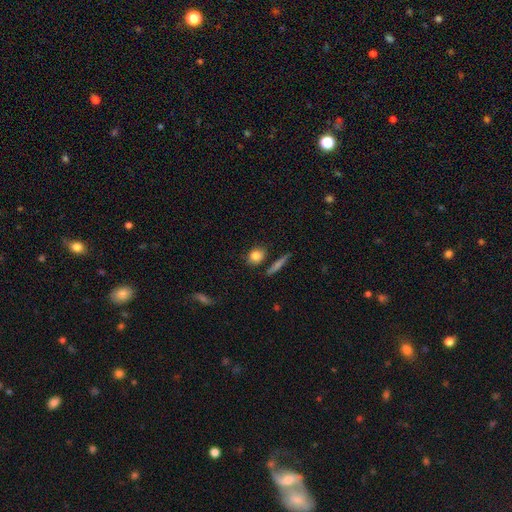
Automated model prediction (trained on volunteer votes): smooth_or_featured: smooth (p=0.83) [alt: featured or disk p=0.09]
how_rounded: round (p=0.54) [alt: in between p=0.41]
merging: none (p=0.78) [alt: minor disturbance p=0.12]